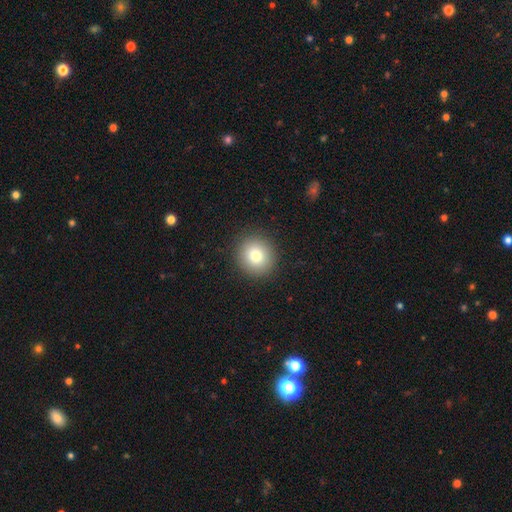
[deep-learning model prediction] Smooth or featured? Predicted: smooth (p=0.79). How rounded? Predicted: round (p=0.92). Merging? Predicted: none (p=0.91).